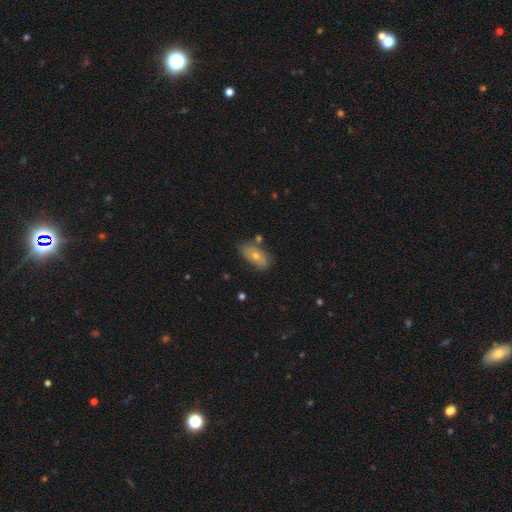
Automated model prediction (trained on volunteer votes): Smooth or featured? Predicted: smooth (p=0.51). How rounded? Predicted: in between (p=0.87). Merging? Predicted: none (p=0.73).